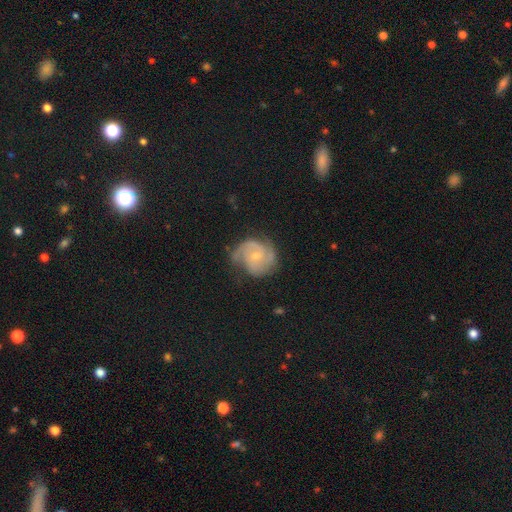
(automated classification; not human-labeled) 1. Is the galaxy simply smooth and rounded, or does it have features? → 79% featured or disk, 15% smooth, 6% star or artifact.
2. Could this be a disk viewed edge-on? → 98% no, 2% yes.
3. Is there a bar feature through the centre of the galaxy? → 58% no, 36% weak, 6% strong.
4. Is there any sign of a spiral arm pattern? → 95% yes, 5% no.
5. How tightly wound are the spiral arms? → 45% medium, 41% tight, 14% loose.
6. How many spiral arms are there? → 59% 2, 18% 3, 12% can't tell, 5% 1, 3% 4, 3% more than 4.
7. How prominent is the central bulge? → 59% small, 36% moderate, 3% none, 1% large, 1% dominant.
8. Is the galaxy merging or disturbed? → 61% none, 26% minor disturbance, 11% major disturbance, 2% merger.